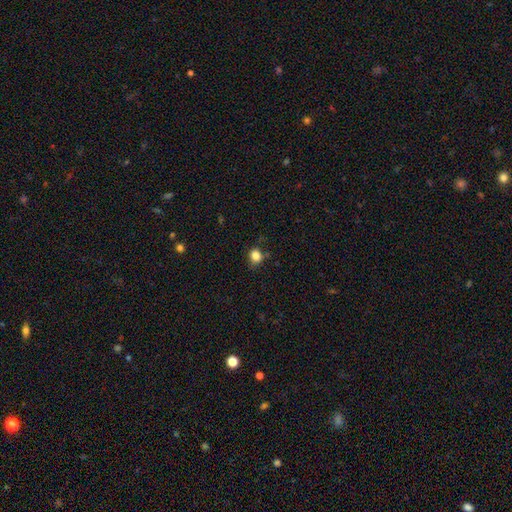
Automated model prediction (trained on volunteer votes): This appears to be a smooth galaxy with no disk features (83%) that is round (71%). Merging: none (74%).